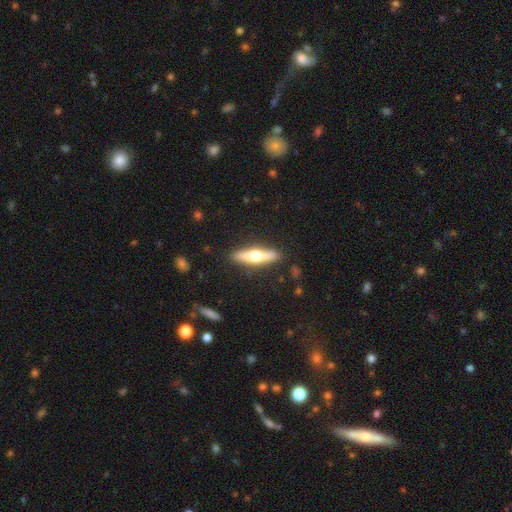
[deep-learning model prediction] Morphology: type=featured or disk (53%); edge-on=yes (91%); merging=none (88%).